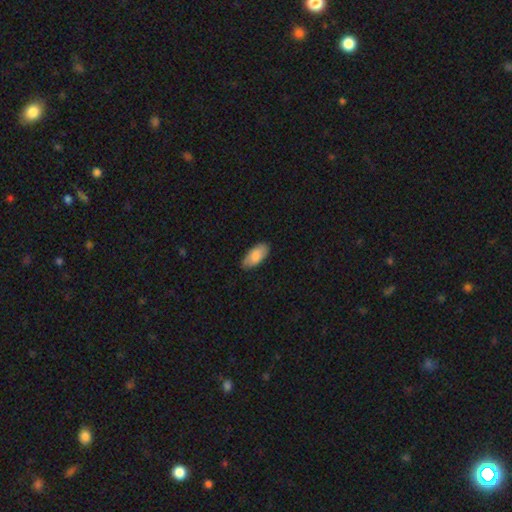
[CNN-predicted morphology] Overall: smooth (85%). How rounded: in between (92%). Merging: none (84%).